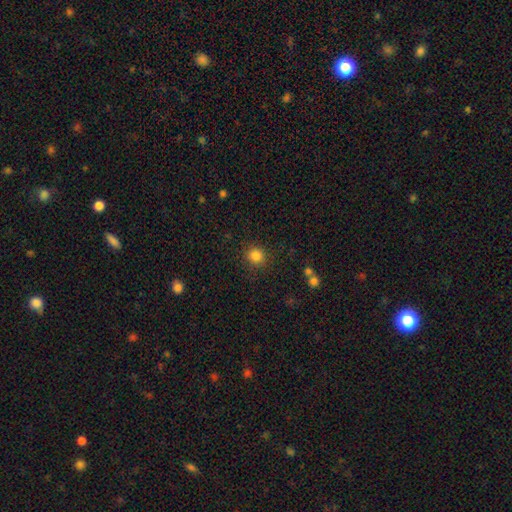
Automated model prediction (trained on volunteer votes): A smooth galaxy with no disk features (84%) that is round (87%). Merging: none (88%).